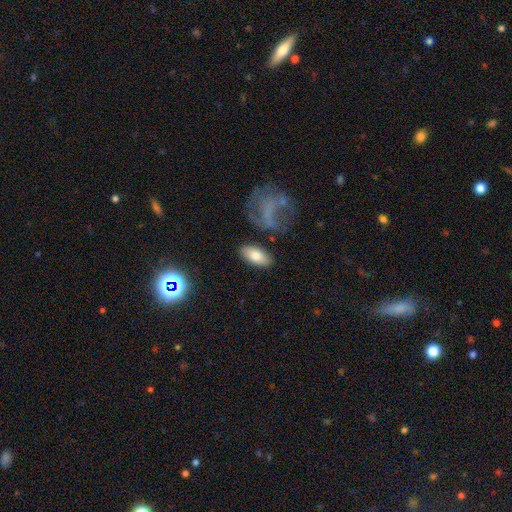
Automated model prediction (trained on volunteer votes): The model was most divided on "smooth or featured": smooth: 77%, featured or disk: 15%, star or artifact: 7%. More confident: how rounded — in between (90%); merging — none (81%).